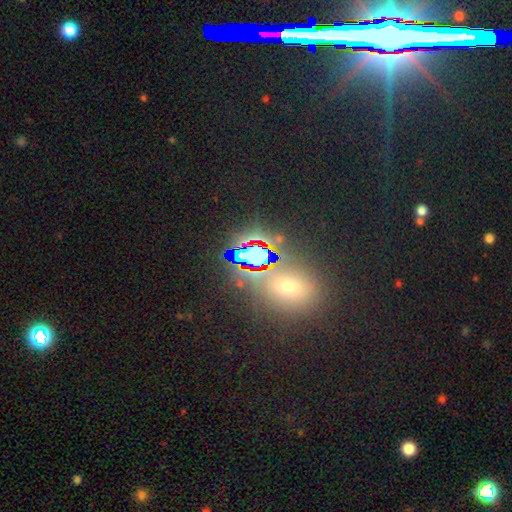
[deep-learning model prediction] Smooth or featured?
  - star or artifact: 70% *
  - smooth: 20%
  - featured or disk: 9%